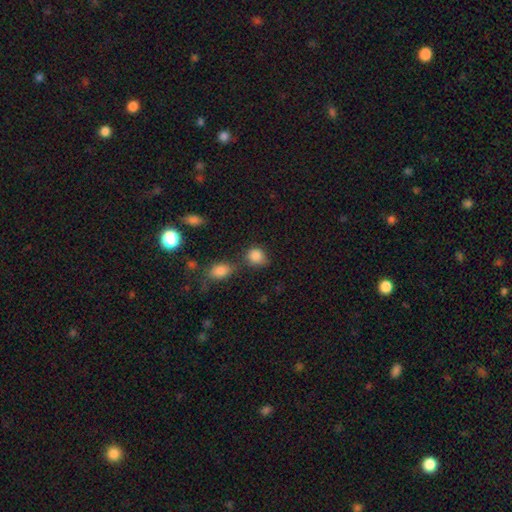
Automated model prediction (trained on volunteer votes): A smooth galaxy with no disk features (85%) that is round (71%).

Vote fractions:
- Smooth or featured? smooth: 85% / star or artifact: 10% / featured or disk: 5%
- How rounded? round: 71% / in between: 28% / cigar-shaped: 1%
- Merging? none: 55% / minor disturbance: 22% / merger: 16% / major disturbance: 7%